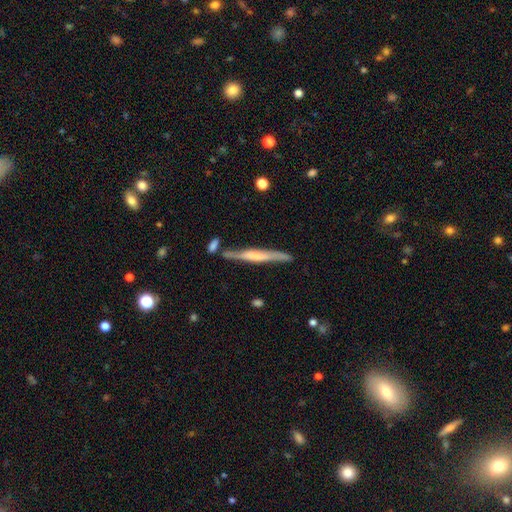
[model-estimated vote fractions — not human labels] A featured or disk galaxy (62%) viewed edge-on (93%) with a boxy central bulge (36%). Merging: none (71%).